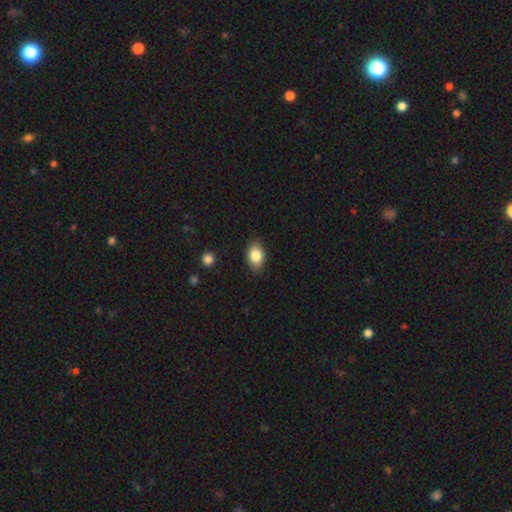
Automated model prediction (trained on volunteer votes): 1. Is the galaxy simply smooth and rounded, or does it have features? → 85% smooth, 8% featured or disk, 8% star or artifact.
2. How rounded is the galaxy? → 85% in between, 14% round, 1% cigar-shaped.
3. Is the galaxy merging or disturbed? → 86% none, 10% minor disturbance, 2% major disturbance, 1% merger.